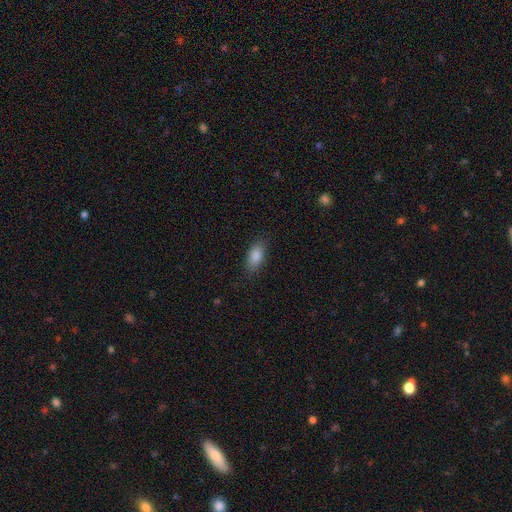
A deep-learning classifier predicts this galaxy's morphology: The model was most divided on "merging": none: 83%, minor disturbance: 12%, major disturbance: 3%, merger: 1%. More confident: how rounded — in between (86%); smooth or featured — smooth (84%).